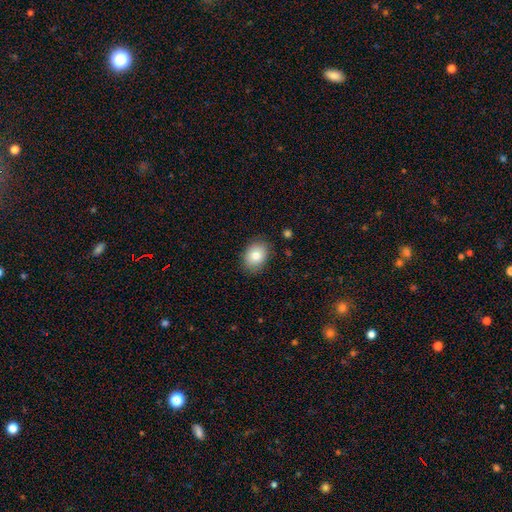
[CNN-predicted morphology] smooth-or-featured: smooth: 82% | featured or disk: 10% | star or artifact: 8%
  how-rounded: in between: 69% | round: 30% | cigar-shaped: 1%
  merging: none: 84% | minor disturbance: 12% | major disturbance: 3% | merger: 1%